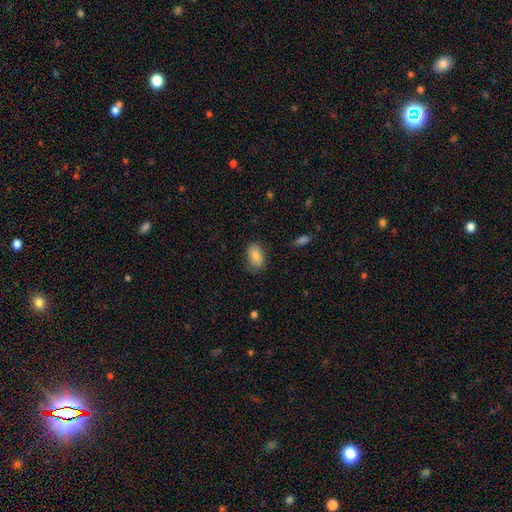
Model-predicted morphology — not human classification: Overall: smooth (81%). How rounded: in between (91%). Merging: none (75%).